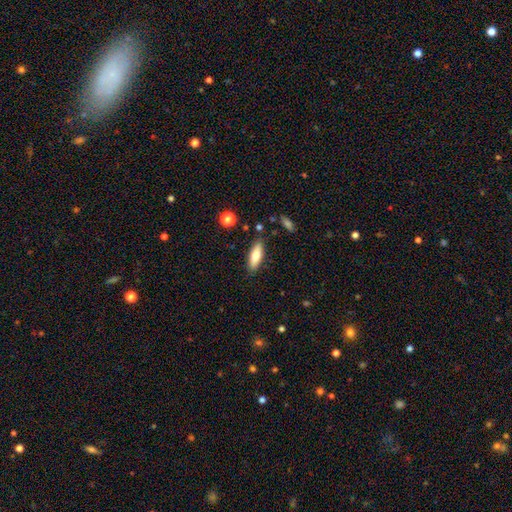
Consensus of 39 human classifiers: Q: Smooth or featured?
A: smooth (72%); runner-up: featured or disk (21%)
Q: How rounded?
A: in between (64%); runner-up: cigar-shaped (32%)
Q: Merging?
A: none (69%); runner-up: minor disturbance (19%)